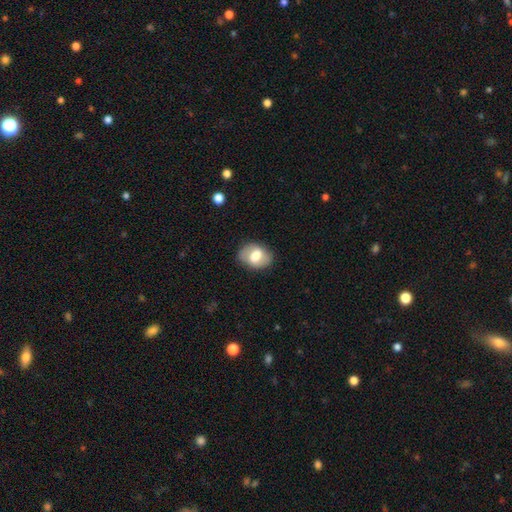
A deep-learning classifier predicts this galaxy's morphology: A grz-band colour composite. It shows a smooth galaxy with no disk features (58%) that is in between round and cigar-shaped (70%). Merging: none (79%).